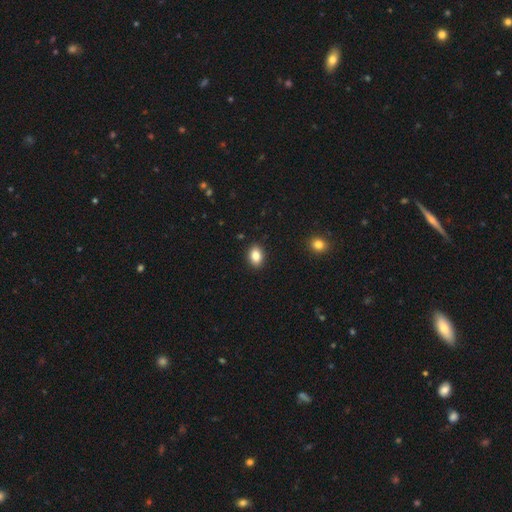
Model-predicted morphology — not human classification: Smooth or featured? smooth (85%)
How rounded? in between (81%)
Merging? none (90%)